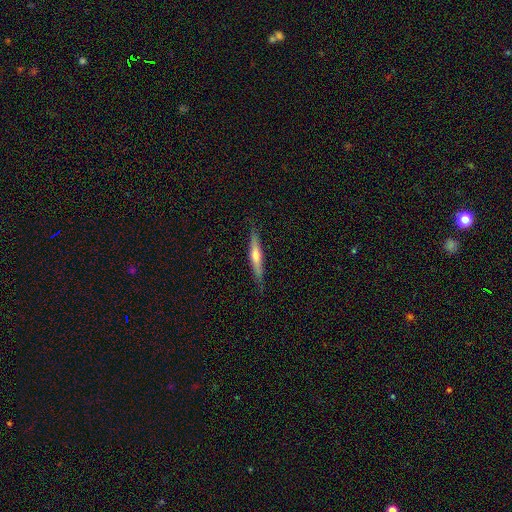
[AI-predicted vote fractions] Smooth or featured? Predicted: featured or disk (p=0.52). Edge-on disk? Predicted: yes (p=0.95). Edge-on bulge? Predicted: rounded (p=0.75). Merging? Predicted: none (p=0.85).